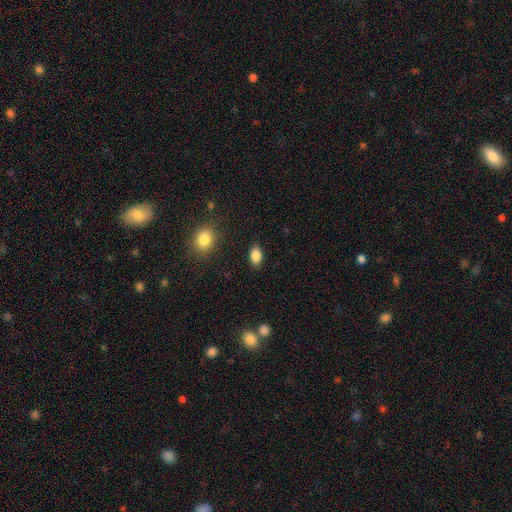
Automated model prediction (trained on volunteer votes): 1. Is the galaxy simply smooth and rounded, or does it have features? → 87% smooth, 9% star or artifact, 4% featured or disk.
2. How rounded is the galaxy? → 85% in between, 13% round, 2% cigar-shaped.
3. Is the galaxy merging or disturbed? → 86% none, 10% minor disturbance, 3% major disturbance, 1% merger.